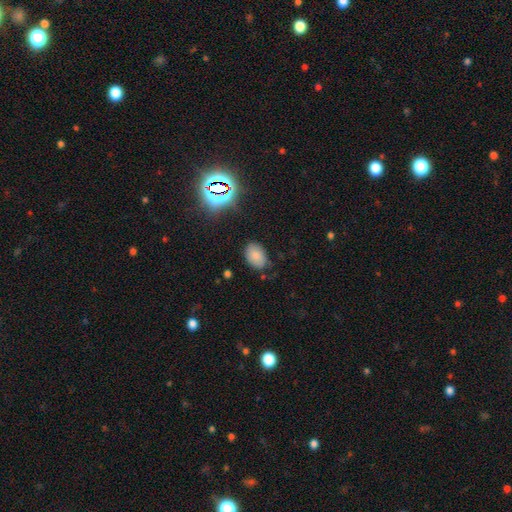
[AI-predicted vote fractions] A smooth galaxy with no disk features (79%) that is in between round and cigar-shaped (84%). Merging: none (78%).